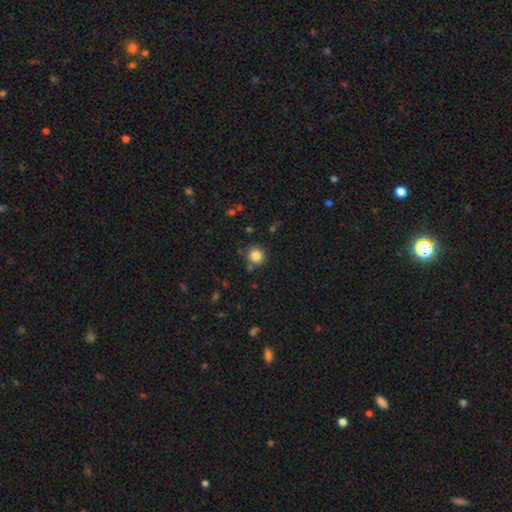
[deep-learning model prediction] This appears to be a smooth galaxy with no disk features (84%) that is round (90%). Merging: none (81%).